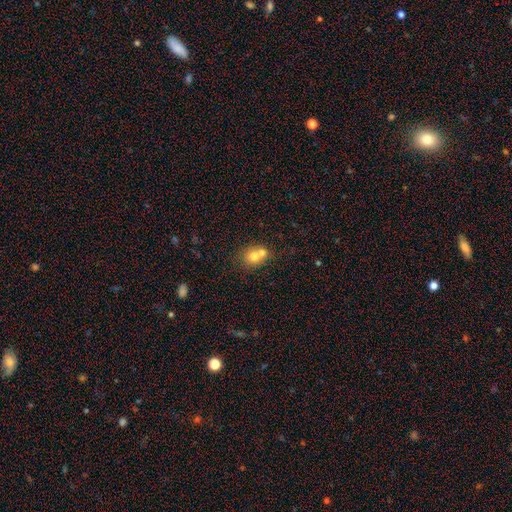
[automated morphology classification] type=smooth (71%); roundness=round (69%); merging=merger (57%).